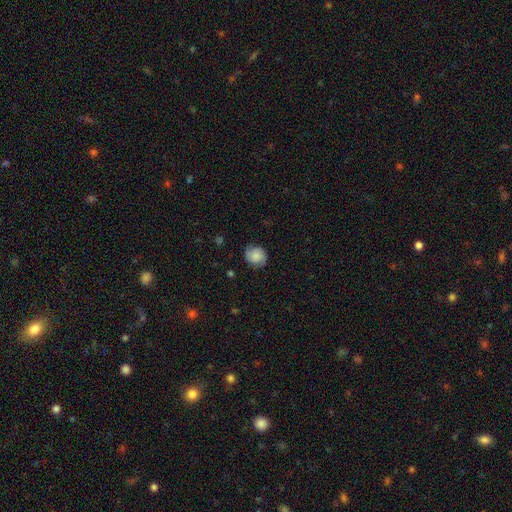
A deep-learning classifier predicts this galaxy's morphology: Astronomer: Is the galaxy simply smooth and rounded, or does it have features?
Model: smooth — 67%.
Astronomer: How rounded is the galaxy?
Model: round — 79%.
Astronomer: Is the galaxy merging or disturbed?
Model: none — 81%.